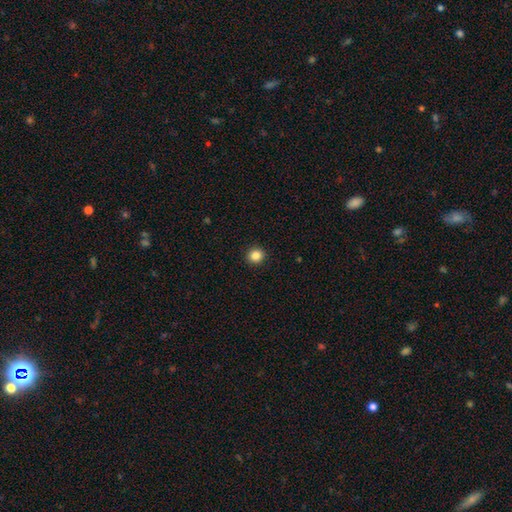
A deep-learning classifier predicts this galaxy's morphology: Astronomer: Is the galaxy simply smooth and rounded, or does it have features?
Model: smooth — 85%.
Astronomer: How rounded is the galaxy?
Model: round — 91%.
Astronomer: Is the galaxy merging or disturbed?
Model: none — 93%.